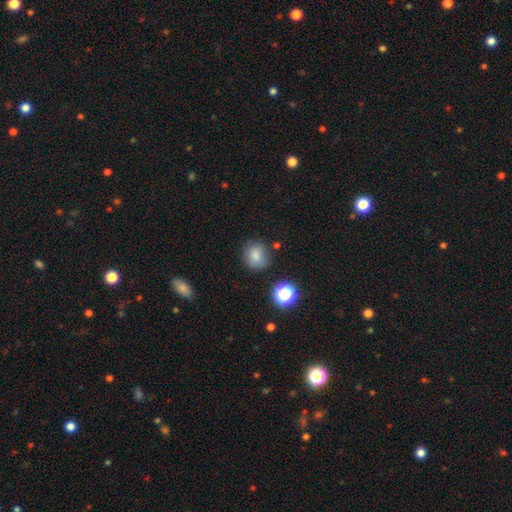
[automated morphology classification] Smooth or featured? smooth (81%)
How rounded? round (84%)
Merging? none (77%)